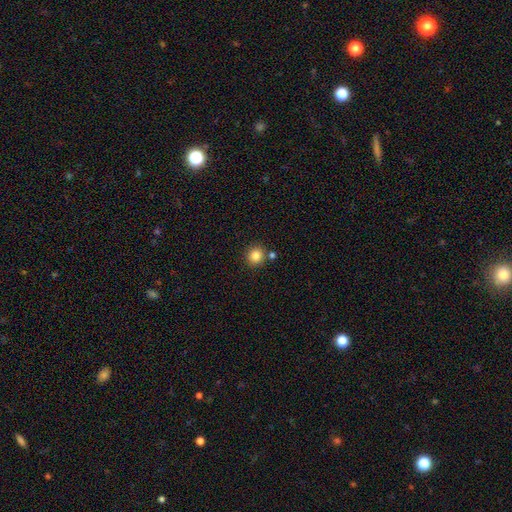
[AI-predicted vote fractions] Overall: smooth (84%). How rounded: round (92%). Merging: none (82%).